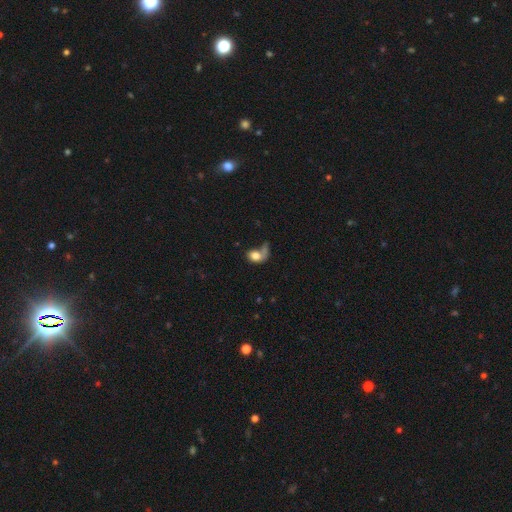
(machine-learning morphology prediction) A smooth galaxy with no disk features (69%) that is in between round and cigar-shaped (65%). Merging: major disturbance (32%).